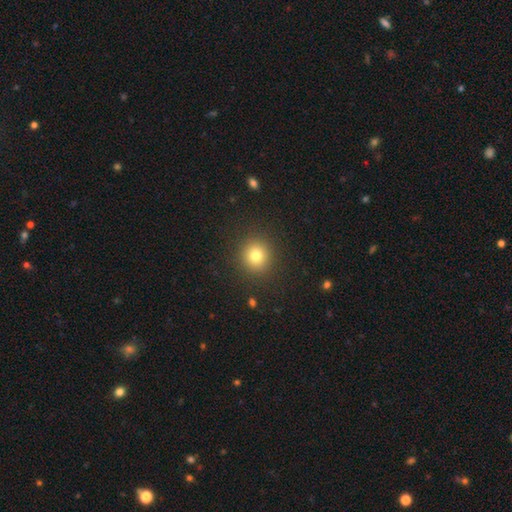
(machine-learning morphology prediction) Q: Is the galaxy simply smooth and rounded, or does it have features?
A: smooth — 79%.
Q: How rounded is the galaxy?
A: round — 92%.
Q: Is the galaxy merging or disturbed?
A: none — 91%.